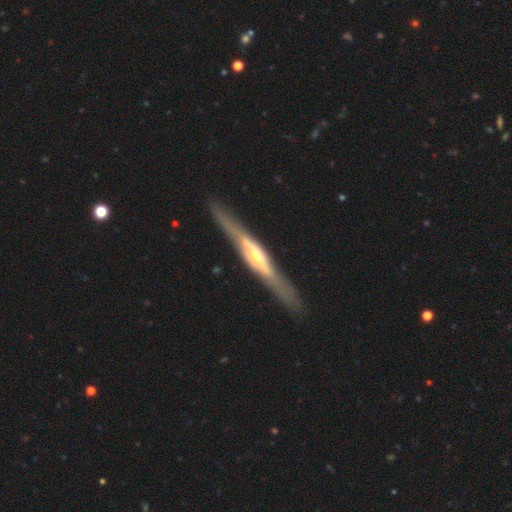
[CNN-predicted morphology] Smooth or featured?
  - featured or disk: 79% *
  - smooth: 16%
  - star or artifact: 5%
Edge-on disk?
  - yes: 93% *
  - no: 7%
Edge-on bulge?
  - rounded: 78% *
  - boxy: 13%
  - none: 8%
Merging?
  - none: 84% *
  - minor disturbance: 11%
  - major disturbance: 3%
  - merger: 2%